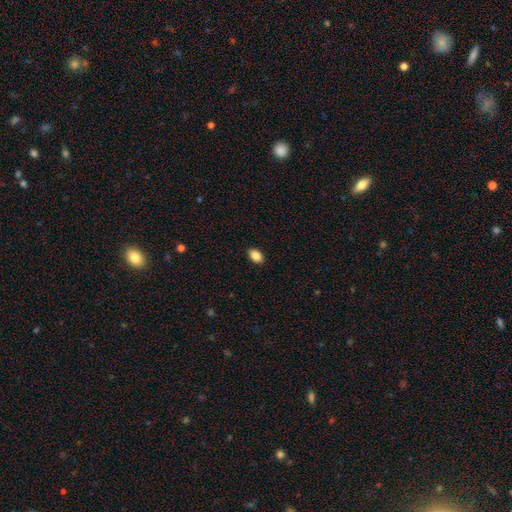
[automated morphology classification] The model was most divided on "how rounded": in between: 87%, round: 12%, cigar-shaped: 1%. More confident: merging — none (90%); smooth or featured — smooth (87%).